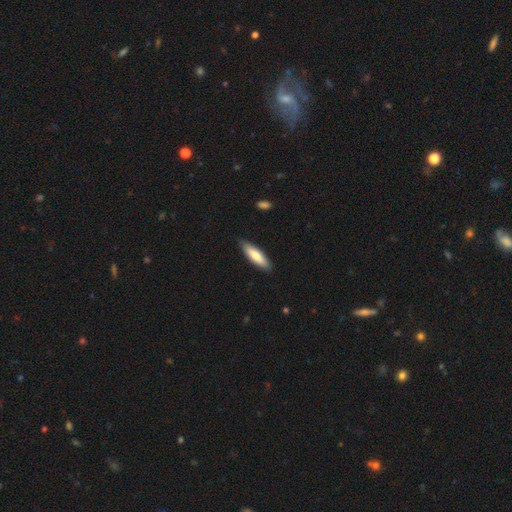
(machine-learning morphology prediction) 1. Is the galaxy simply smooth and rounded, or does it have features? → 74% smooth, 21% featured or disk, 5% star or artifact.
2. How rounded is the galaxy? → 61% cigar-shaped, 38% in between, 1% round.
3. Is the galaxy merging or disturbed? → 85% none, 12% minor disturbance, 2% major disturbance, 1% merger.